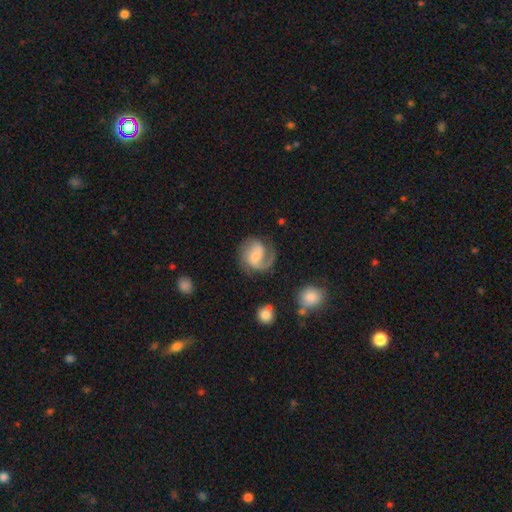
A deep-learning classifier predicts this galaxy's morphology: smooth-or-featured: featured or disk: 74% | smooth: 20% | star or artifact: 6%
  disk-edge-on: no: 98% | yes: 2%
    bar: weak: 50% | no: 33% | strong: 18%
    has-spiral-arms: yes: 93% | no: 7%
      spiral-winding: medium: 48% | loose: 27% | tight: 25%
      spiral-arm-count: 2: 52% | 1: 37% | can't tell: 6% | 3: 3% | 4: 1% | more than 4: 1%
    bulge-size: small: 45% | moderate: 33% | none: 14% | large: 6% | dominant: 2%
  merging: none: 61% | minor disturbance: 19% | major disturbance: 17% | merger: 3%